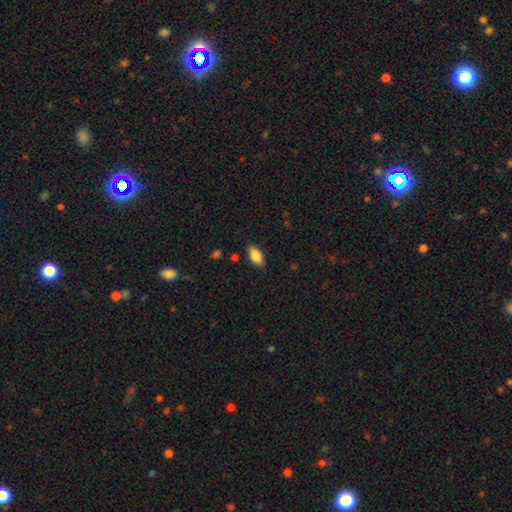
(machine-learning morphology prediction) This is clearly a smooth galaxy (84%). How rounded: clearly in between (90%). Merging: clearly none (85%).